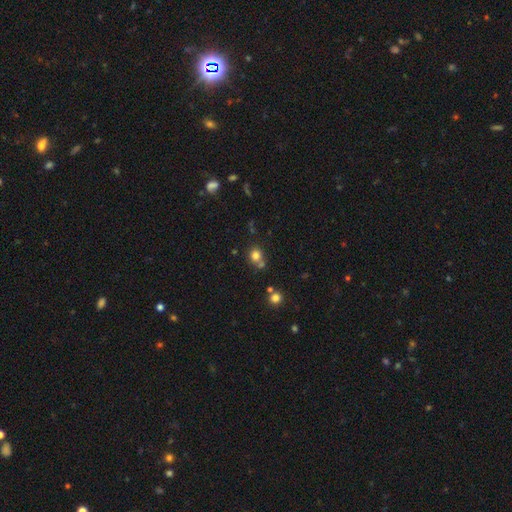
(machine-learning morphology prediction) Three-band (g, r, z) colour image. It shows a smooth galaxy with no disk features (77%) that is round (83%). Merging: none (61%).